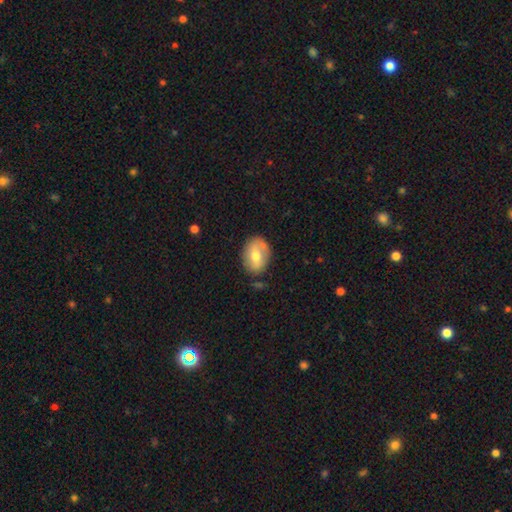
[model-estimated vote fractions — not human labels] Smooth or featured?
  - smooth: 59% *
  - featured or disk: 34%
  - star or artifact: 7%
How rounded?
  - in between: 69% *
  - round: 30%
  - cigar-shaped: 1%
Merging?
  - none: 73% *
  - minor disturbance: 18%
  - major disturbance: 5%
  - merger: 4%